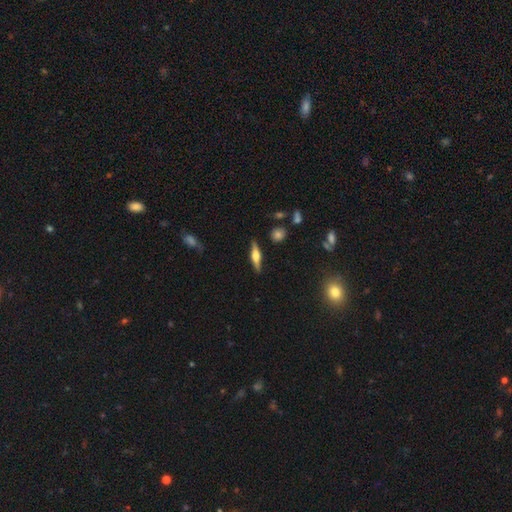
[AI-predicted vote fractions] Smooth or featured: featured or disk — 58% (smooth — 35%)
Edge-on disk: yes — 95% (no — 5%)
Edge-on bulge: rounded — 85% (boxy — 12%)
Merging: none — 85% (minor disturbance — 11%)